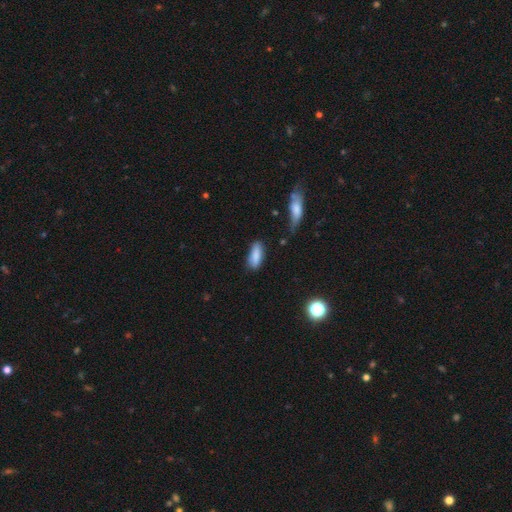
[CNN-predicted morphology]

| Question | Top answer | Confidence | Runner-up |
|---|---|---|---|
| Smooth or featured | smooth | 85% | featured or disk (8%) |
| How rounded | in between | 66% | cigar-shaped (32%) |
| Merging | none | 75% | minor disturbance (19%) |